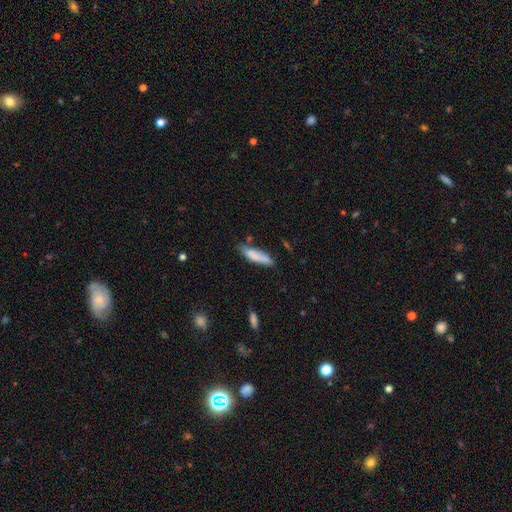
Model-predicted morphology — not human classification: A smooth galaxy with no disk features (78%) that is cigar-shaped (62%). Merging: none (60%).